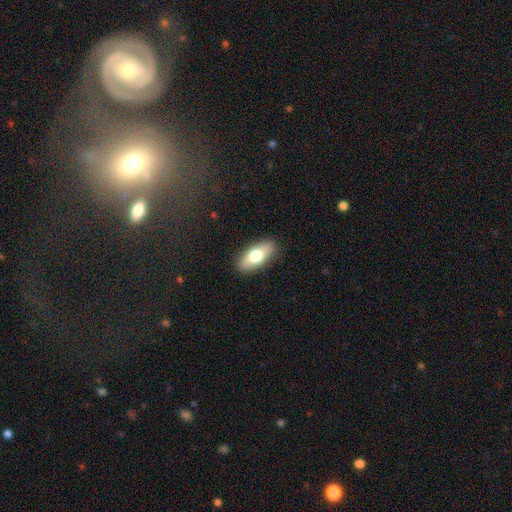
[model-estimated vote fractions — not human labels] This appears to be a smooth galaxy with no disk features (71%) that is in between round and cigar-shaped (81%). Merging: none (89%).